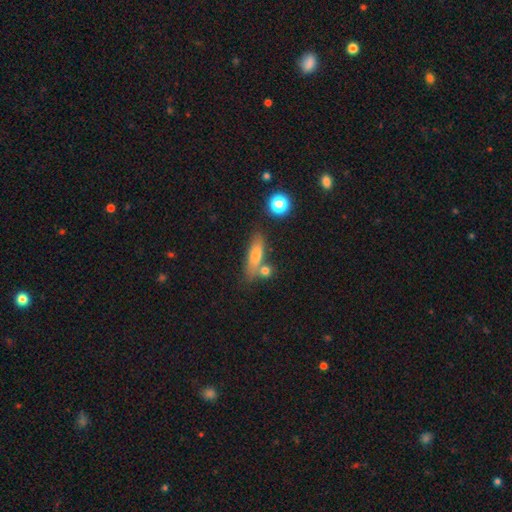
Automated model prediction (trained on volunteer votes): smooth-or-featured: smooth: 69% | featured or disk: 22% | star or artifact: 9%
  how-rounded: cigar-shaped: 52% | in between: 43% | round: 5%
  merging: none: 64% | merger: 17% | minor disturbance: 15% | major disturbance: 5%